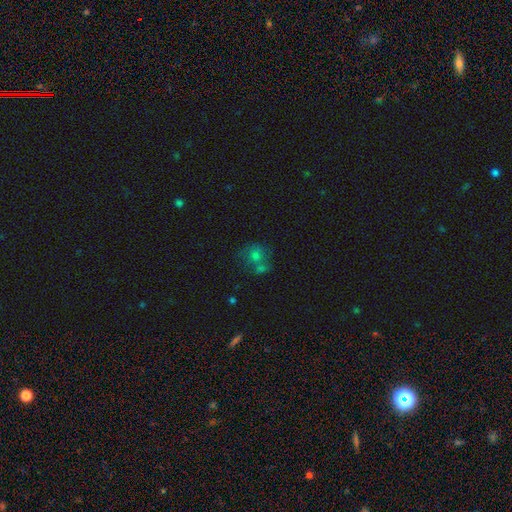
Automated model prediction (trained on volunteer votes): Q: Smooth or featured?
A: smooth (62%); runner-up: star or artifact (19%)
Q: How rounded?
A: round (79%); runner-up: in between (20%)
Q: Merging?
A: none (46%); runner-up: merger (34%)